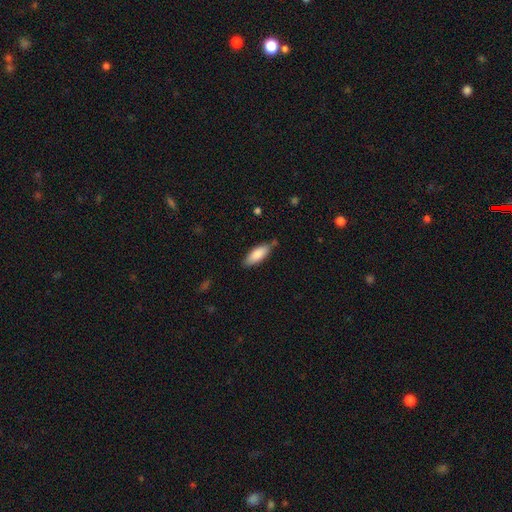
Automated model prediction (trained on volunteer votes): smooth-or-featured: smooth: 85% | featured or disk: 9% | star or artifact: 6%
  how-rounded: in between: 72% | cigar-shaped: 26% | round: 2%
  merging: none: 75% | minor disturbance: 18% | merger: 4% | major disturbance: 3%